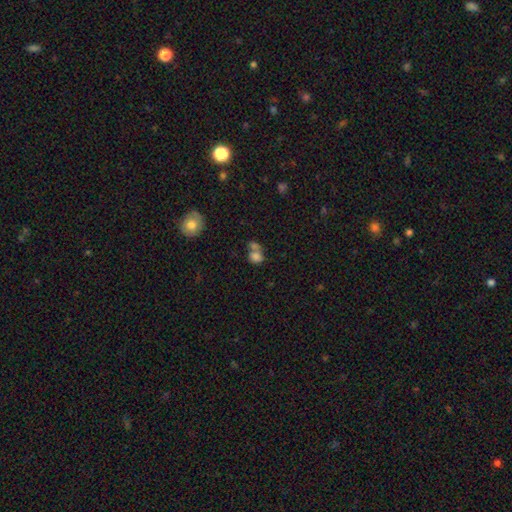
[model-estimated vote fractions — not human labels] Smooth or featured? smooth (78%)
How rounded? round (55%)
Merging? merger (54%)